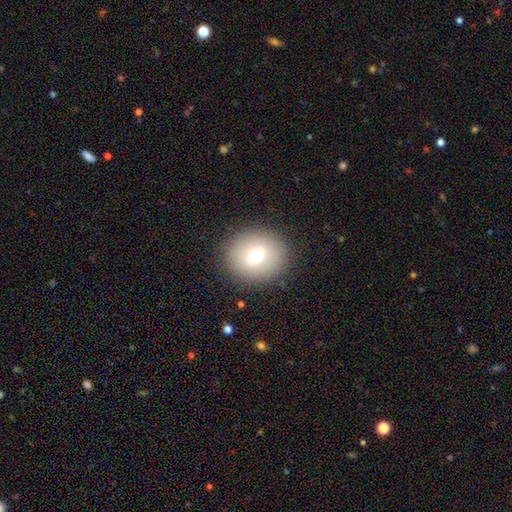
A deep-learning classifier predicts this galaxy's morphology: Smooth or featured: smooth — 71% (featured or disk — 17%)
How rounded: round — 80% (in between — 19%)
Merging: none — 89% (minor disturbance — 7%)